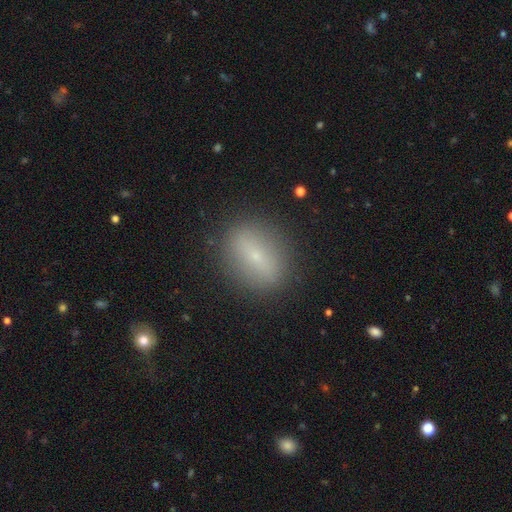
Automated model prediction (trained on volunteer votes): Smooth or featured? smooth (58%)
How rounded? in between (59%)
Merging? none (86%)